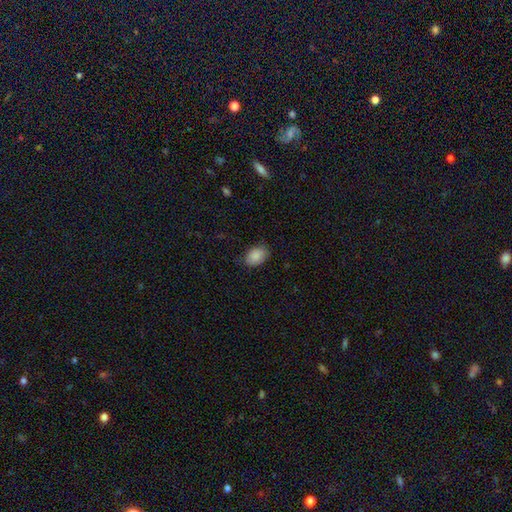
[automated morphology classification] A smooth galaxy with no disk features (89%) that is in between round and cigar-shaped (84%).

Vote fractions:
- Smooth or featured? smooth: 89% / star or artifact: 7% / featured or disk: 4%
- How rounded? in between: 84% / round: 15% / cigar-shaped: 1%
- Merging? none: 77% / minor disturbance: 19% / major disturbance: 4% / merger: 1%